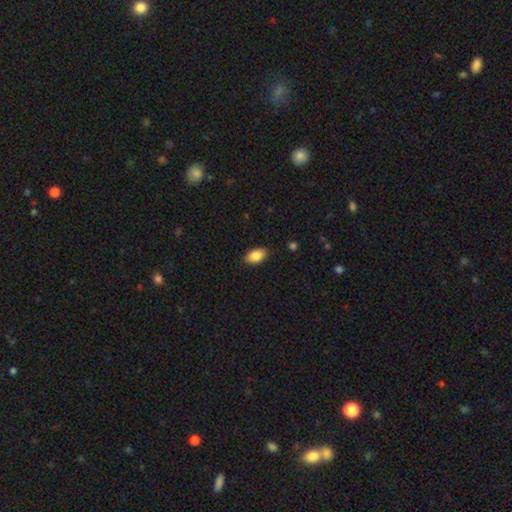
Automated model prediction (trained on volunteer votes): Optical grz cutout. It shows a smooth galaxy with no disk features (87%) that is in between round and cigar-shaped (92%). Merging: none (86%).